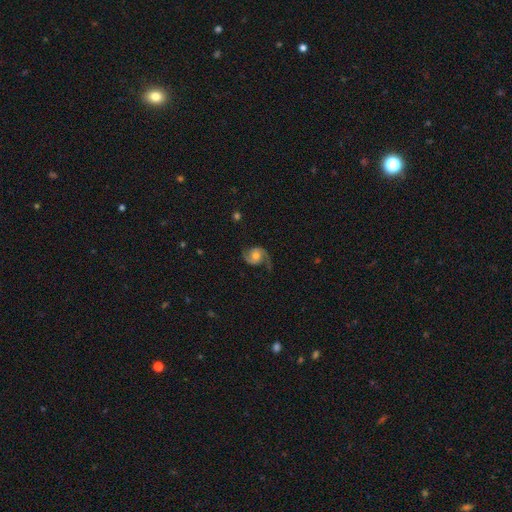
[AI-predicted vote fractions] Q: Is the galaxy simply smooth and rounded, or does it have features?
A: featured or disk — 86%.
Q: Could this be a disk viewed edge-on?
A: no — 98%.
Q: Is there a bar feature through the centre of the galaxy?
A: no — 65%.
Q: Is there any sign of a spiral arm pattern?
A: yes — 97%.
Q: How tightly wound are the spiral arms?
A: medium — 50%.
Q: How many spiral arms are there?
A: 2 — 92%.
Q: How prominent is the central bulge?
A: moderate — 66%.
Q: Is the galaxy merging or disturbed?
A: none — 75%.